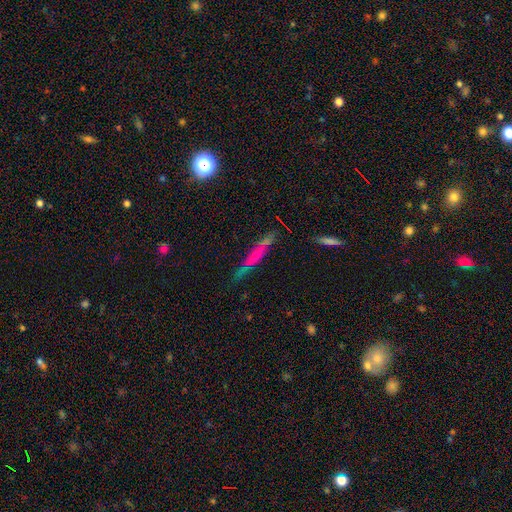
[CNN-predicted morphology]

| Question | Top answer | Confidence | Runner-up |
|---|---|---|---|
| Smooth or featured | smooth | 49% | featured or disk (40%) |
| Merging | none | 72% | minor disturbance (18%) |